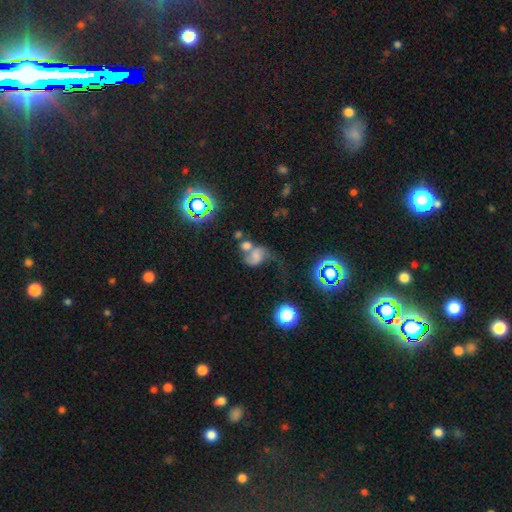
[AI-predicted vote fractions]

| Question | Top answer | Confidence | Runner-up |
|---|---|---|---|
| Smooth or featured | smooth | 43% | featured or disk (38%) |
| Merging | merger | 44% | major disturbance (21%) |